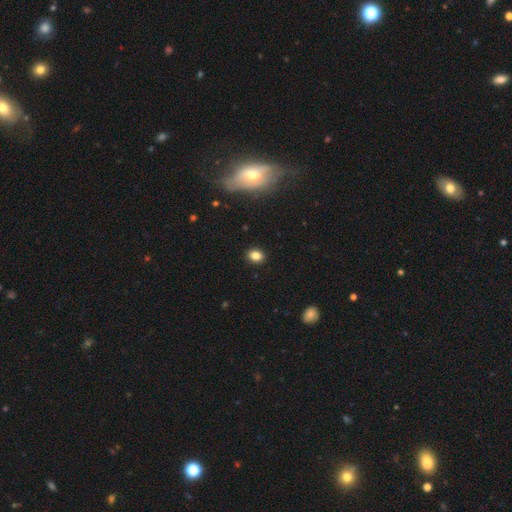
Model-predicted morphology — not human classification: Q: Smooth or featured?
A: smooth (83%); runner-up: star or artifact (11%)
Q: How rounded?
A: round (50%); runner-up: in between (49%)
Q: Merging?
A: none (90%); runner-up: minor disturbance (7%)